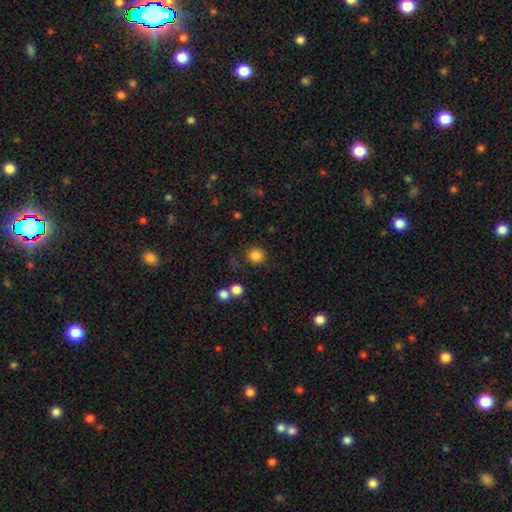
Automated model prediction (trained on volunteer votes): Smooth or featured? smooth (84%)
How rounded? round (84%)
Merging? none (81%)